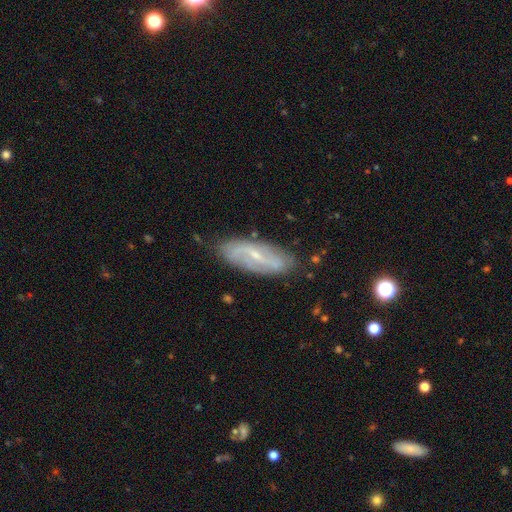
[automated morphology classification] Smooth or featured?
  - featured or disk: 76% *
  - smooth: 18%
  - star or artifact: 6%
Edge-on disk?
  - no: 87% *
  - yes: 13%
Bar?
  - weak: 46% *
  - strong: 33%
  - no: 21%
Spiral arms?
  - yes: 84% *
  - no: 16%
Spiral winding?
  - loose: 44% *
  - medium: 36%
  - tight: 20%
Spiral arm count?
  - 2: 81% *
  - can't tell: 12%
  - 1: 2%
  - 3: 2%
  - 4: 1%
  - more than 4: 1%
Bulge size?
  - small: 76% *
  - moderate: 18%
  - none: 4%
  - large: 1%
  - dominant: 1%
Merging?
  - none: 80% *
  - minor disturbance: 15%
  - major disturbance: 3%
  - merger: 2%